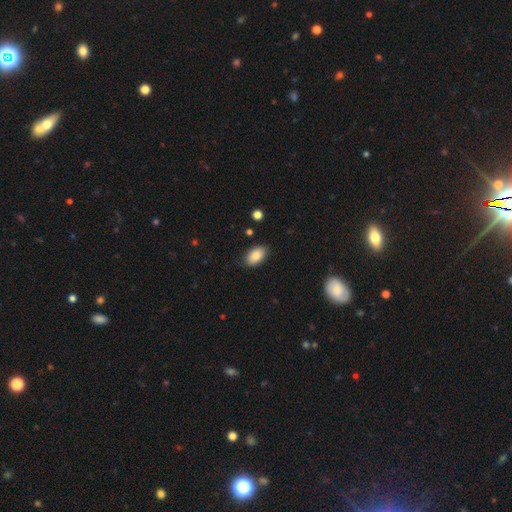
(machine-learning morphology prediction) Smooth or featured: smooth — 88% (star or artifact — 7%)
How rounded: in between — 92% (round — 6%)
Merging: none — 83% (minor disturbance — 13%)